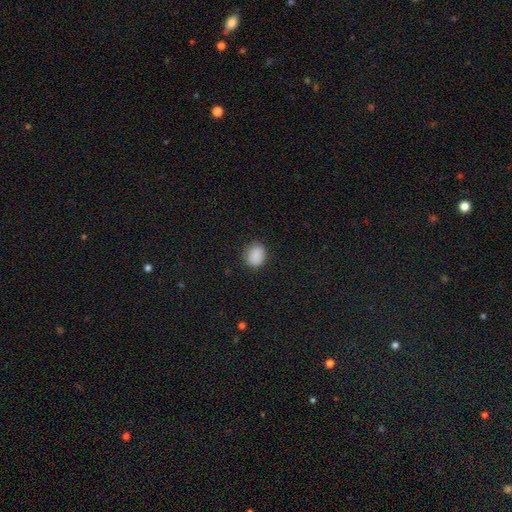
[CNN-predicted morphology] Q: Smooth or featured?
A: smooth (88%); runner-up: star or artifact (8%)
Q: How rounded?
A: round (57%); runner-up: in between (42%)
Q: Merging?
A: none (83%); runner-up: minor disturbance (13%)